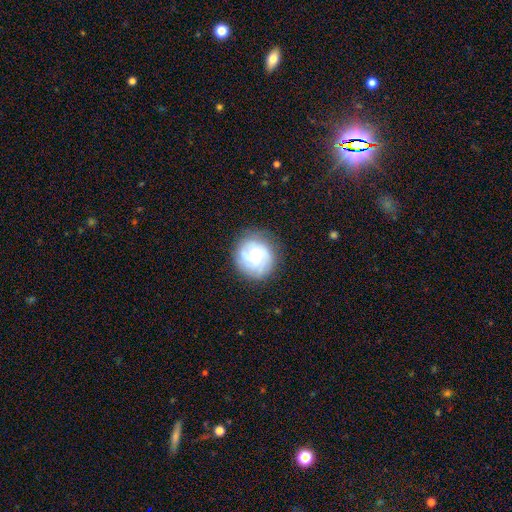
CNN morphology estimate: featured or disk 54%, smooth 38%, star or artifact 8%. Down the decision tree: edge-on disk — no (97%); bar — no (72%); spiral arms — yes (80%); bulge size — moderate (69%); merging — none (78%).